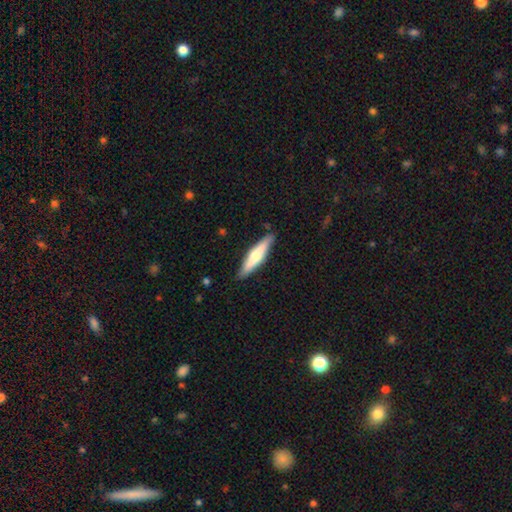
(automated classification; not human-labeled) The model was most divided on "smooth or featured": smooth: 51%, featured or disk: 44%, star or artifact: 5%. More confident: merging — none (86%); how rounded — cigar-shaped (81%).